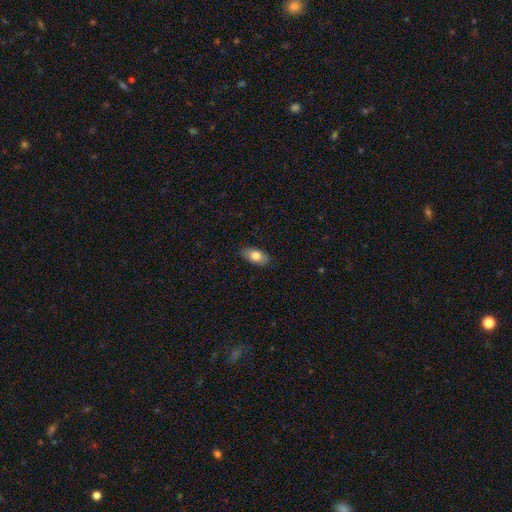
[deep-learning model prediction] smooth 80%, featured or disk 13%, star or artifact 7%. Down the decision tree: how rounded — in between (92%); merging — none (87%).